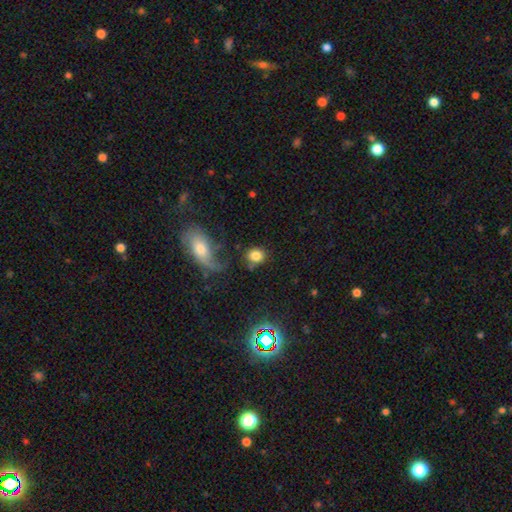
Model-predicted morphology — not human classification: smooth-or-featured: smooth: 80% | star or artifact: 11% | featured or disk: 9%
  how-rounded: round: 67% | in between: 31% | cigar-shaped: 2%
  merging: none: 67% | minor disturbance: 14% | merger: 10% | major disturbance: 8%